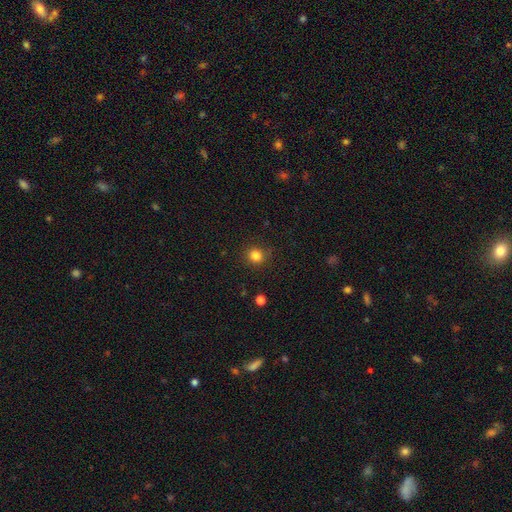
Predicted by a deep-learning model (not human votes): Smooth or featured?
  - smooth: 83% *
  - star or artifact: 13%
  - featured or disk: 4%
How rounded?
  - round: 89% *
  - in between: 11%
  - cigar-shaped: 1%
Merging?
  - none: 88% *
  - minor disturbance: 8%
  - major disturbance: 3%
  - merger: 1%